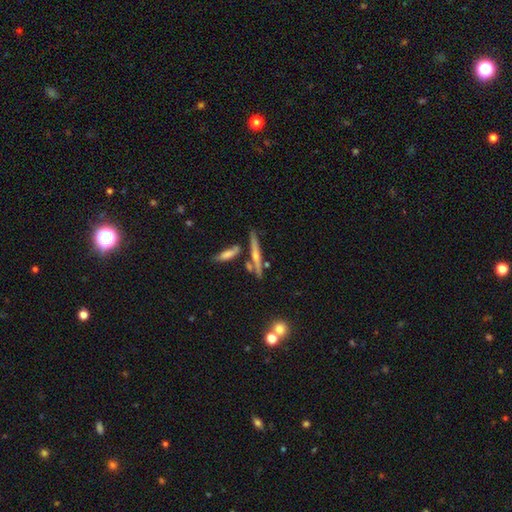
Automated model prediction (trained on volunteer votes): Smooth or featured? featured or disk (62%)
Edge-on disk? yes (93%)
Edge-on bulge? rounded (70%)
Merging? none (69%)